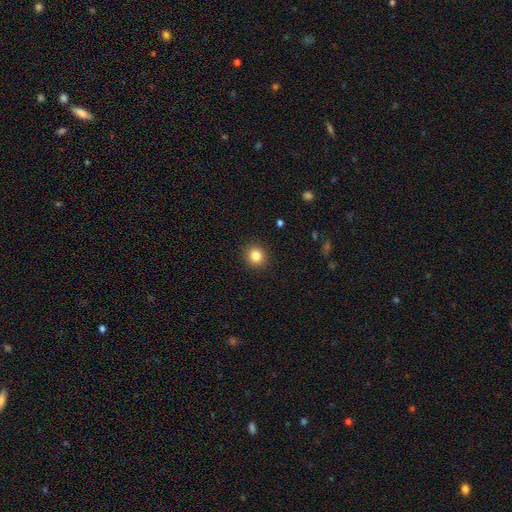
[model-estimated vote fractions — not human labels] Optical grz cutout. It shows a smooth galaxy with no disk features (84%) that is round (86%). Merging: none (91%).